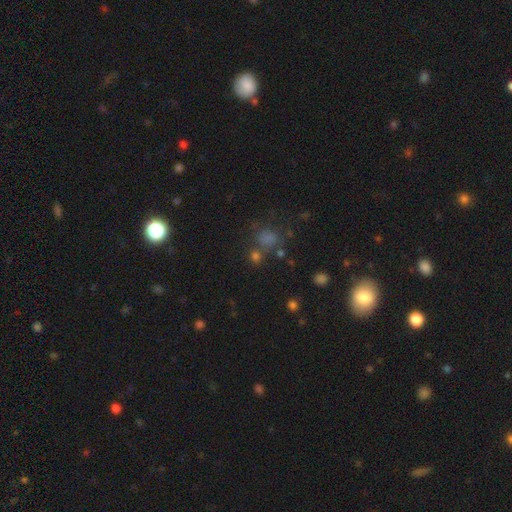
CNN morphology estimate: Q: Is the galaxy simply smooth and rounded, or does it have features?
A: star or artifact — 47%.